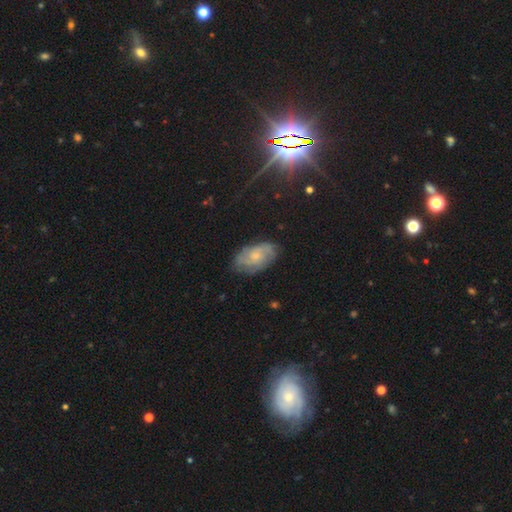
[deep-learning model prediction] A featured or disk galaxy (61%) with no bar (77%), tight (50%) spiral arms (86%) and a small central bulge (67%).

Vote fractions:
- Smooth or featured? featured or disk: 61% / smooth: 30% / star or artifact: 8%
- Edge-on disk? no: 95% / yes: 5%
- Bar? no: 77% / weak: 20% / strong: 3%
- Spiral arms? yes: 86% / no: 14%
- Spiral winding? tight: 50% / medium: 37% / loose: 14%
- Spiral arm count? can't tell: 41% / 2: 28% / 3: 16% / 4: 7% / 1: 4% / more than 4: 4%
- Bulge size? small: 67% / moderate: 27% / none: 4% / large: 1% / dominant: 1%
- Merging? none: 74% / minor disturbance: 19% / major disturbance: 5% / merger: 1%